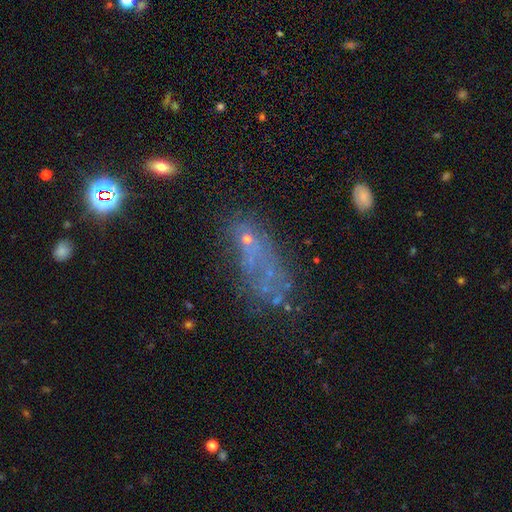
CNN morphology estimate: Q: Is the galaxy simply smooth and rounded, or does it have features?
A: featured or disk — 35%.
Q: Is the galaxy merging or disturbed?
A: none — 43%.